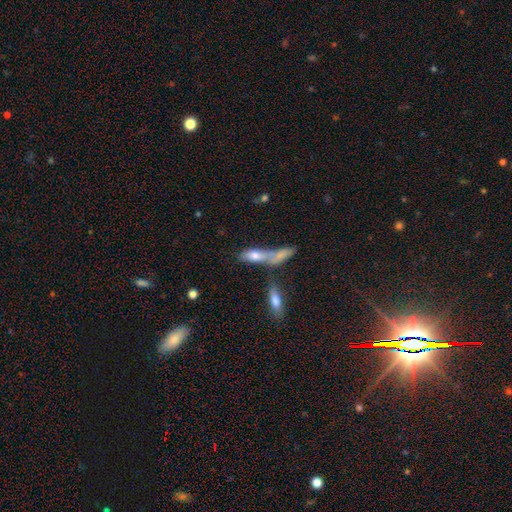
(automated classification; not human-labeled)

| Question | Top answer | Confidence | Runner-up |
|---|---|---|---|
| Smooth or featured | smooth | 56% | featured or disk (31%) |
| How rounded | cigar-shaped | 55% | in between (42%) |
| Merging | merger | 45% | none (32%) |